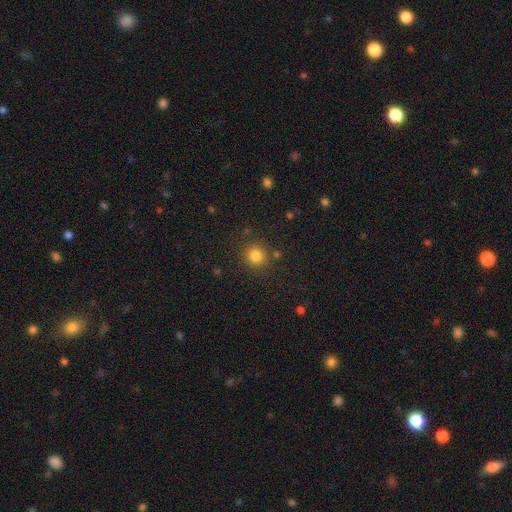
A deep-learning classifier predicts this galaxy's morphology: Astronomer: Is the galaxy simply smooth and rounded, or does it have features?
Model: smooth — 82%.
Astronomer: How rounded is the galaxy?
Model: round — 89%.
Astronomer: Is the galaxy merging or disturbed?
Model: none — 84%.